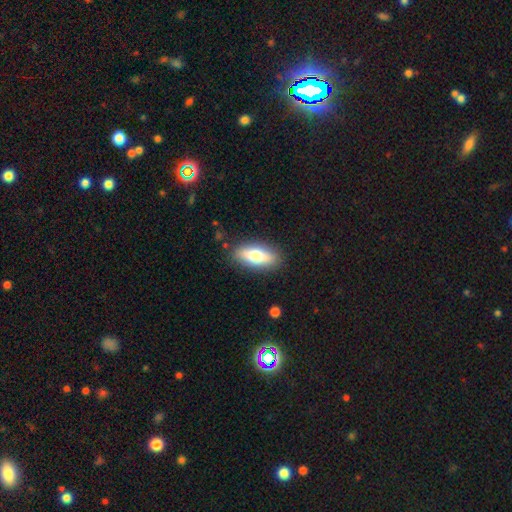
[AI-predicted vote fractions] A smooth galaxy with no disk features (68%) that is in between round and cigar-shaped (76%). Merging: none (86%).